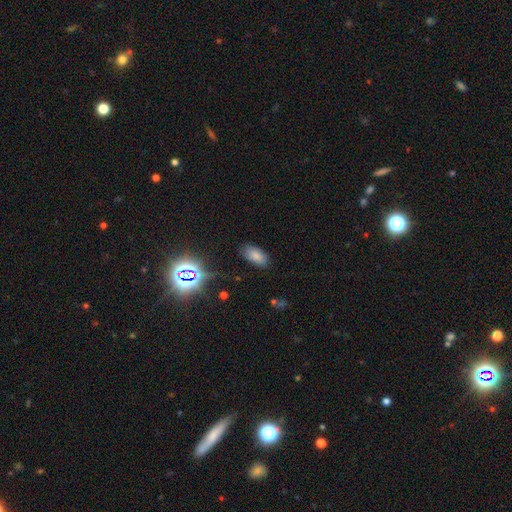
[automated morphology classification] This is likely a smooth galaxy (77%). How rounded: clearly in between (94%). Merging: clearly none (82%).